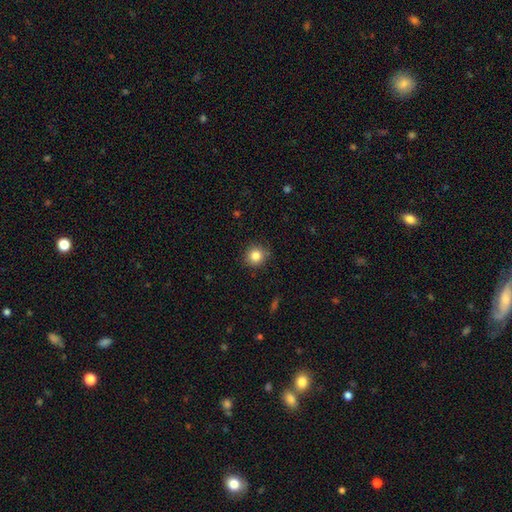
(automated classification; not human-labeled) Smooth or featured? smooth (83%)
How rounded? round (92%)
Merging? none (88%)